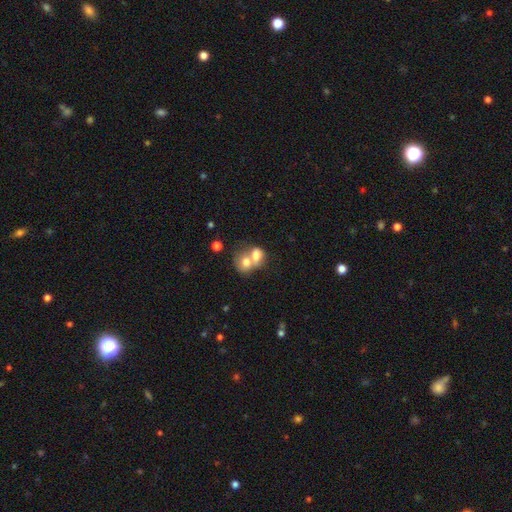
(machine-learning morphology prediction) Smooth or featured: smooth — 71% (featured or disk — 21%)
How rounded: round — 53% (in between — 46%)
Merging: merger — 75% (none — 17%)